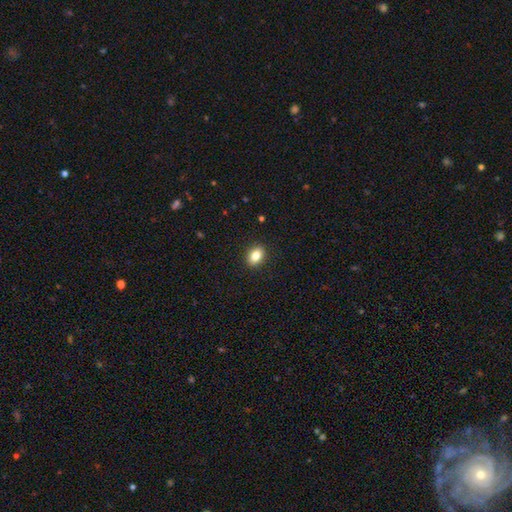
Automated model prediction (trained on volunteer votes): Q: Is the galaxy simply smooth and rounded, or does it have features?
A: smooth — 83%.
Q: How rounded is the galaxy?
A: in between — 78%.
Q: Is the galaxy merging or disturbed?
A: none — 90%.